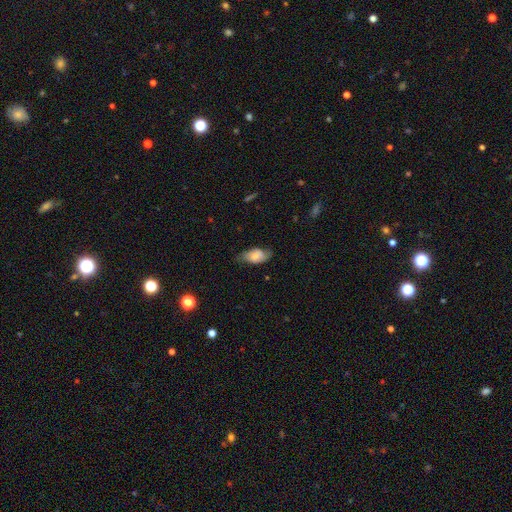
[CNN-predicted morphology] smooth_or_featured: smooth (p=0.69) [alt: featured or disk p=0.24]
how_rounded: in between (p=0.91) [alt: cigar-shaped p=0.05]
merging: none (p=0.62) [alt: minor disturbance p=0.29]